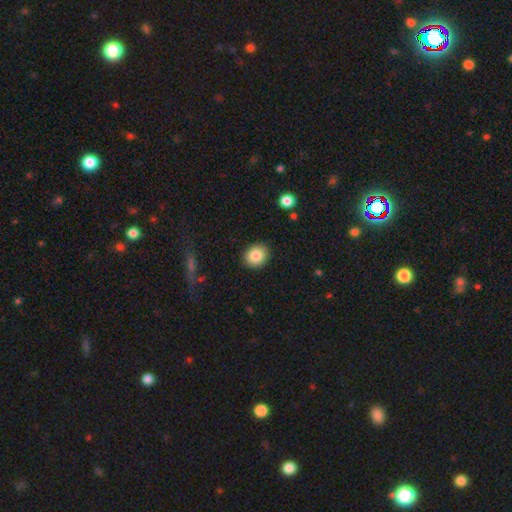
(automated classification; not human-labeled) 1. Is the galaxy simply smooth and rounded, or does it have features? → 85% smooth, 8% star or artifact, 6% featured or disk.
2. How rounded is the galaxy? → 65% round, 34% in between, 1% cigar-shaped.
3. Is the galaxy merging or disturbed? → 89% none, 7% minor disturbance, 2% major disturbance, 1% merger.